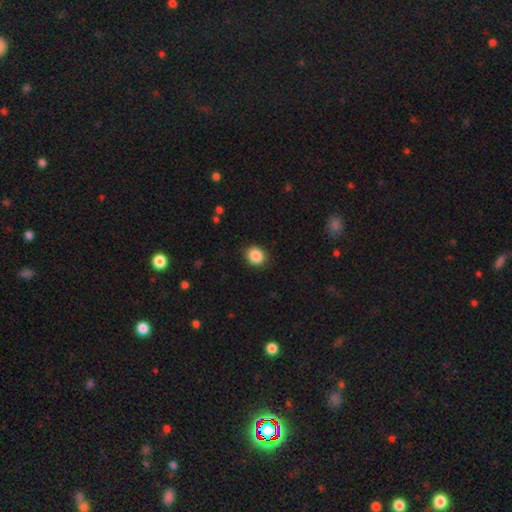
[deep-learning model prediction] Morphology: type=smooth (87%); roundness=round (73%); merging=none (89%).